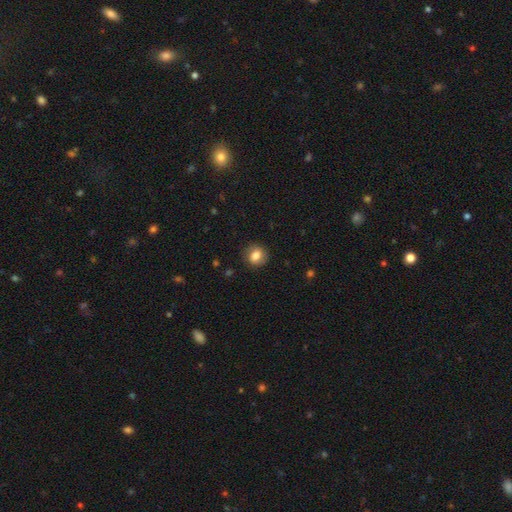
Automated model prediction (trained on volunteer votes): smooth 81%, featured or disk 10%, star or artifact 9%. Down the decision tree: how rounded — round (73%); merging — none (86%).